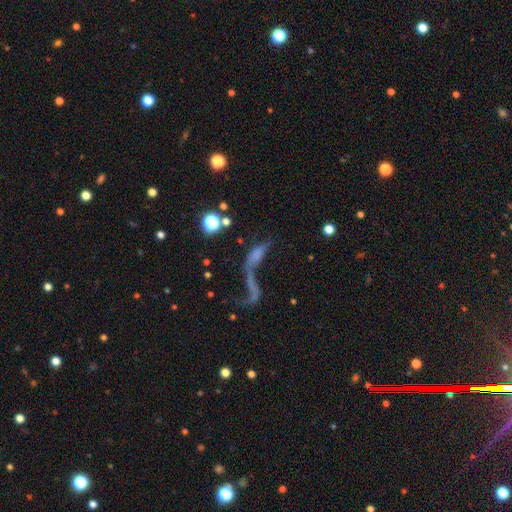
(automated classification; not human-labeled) Smooth or featured?
  - featured or disk: 43% *
  - smooth: 36%
  - star or artifact: 20%
Merging?
  - merger: 37% *
  - major disturbance: 34%
  - none: 19%
  - minor disturbance: 10%